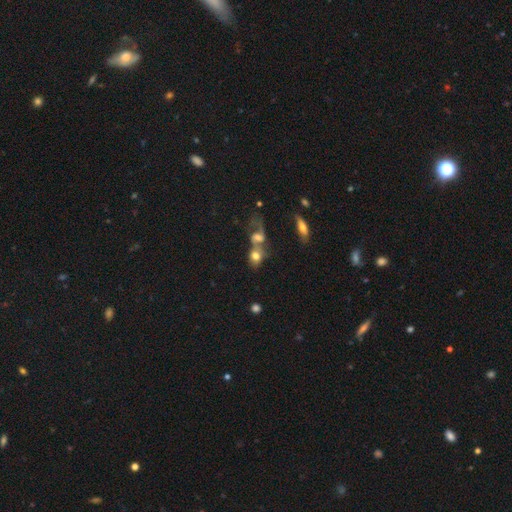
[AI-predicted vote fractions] The model was most divided on "how rounded": in between: 49%, round: 47%, cigar-shaped: 3%. More confident: merging — merger (64%); smooth or featured — smooth (64%).